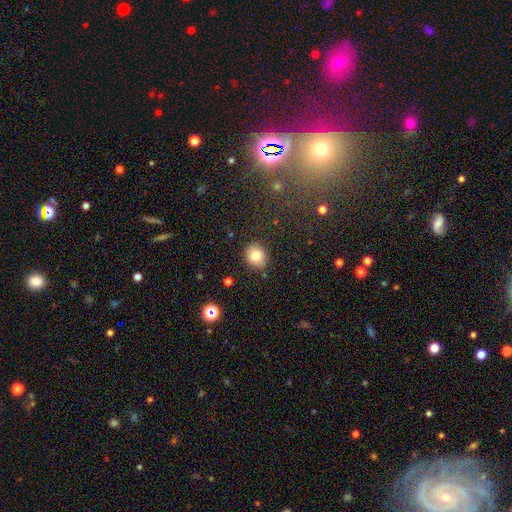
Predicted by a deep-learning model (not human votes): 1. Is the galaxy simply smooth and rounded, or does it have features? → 81% smooth, 10% star or artifact, 9% featured or disk.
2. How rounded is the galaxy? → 72% round, 27% in between, 1% cigar-shaped.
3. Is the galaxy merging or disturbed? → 86% none, 9% minor disturbance, 2% major disturbance, 2% merger.